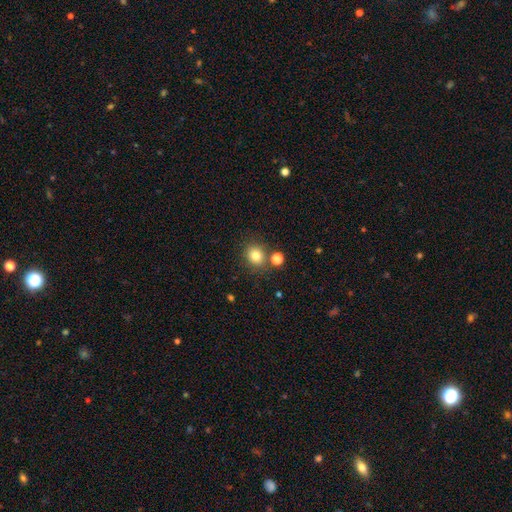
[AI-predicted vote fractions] Smooth or featured? Predicted: smooth (p=0.81). How rounded? Predicted: round (p=0.75). Merging? Predicted: none (p=0.77).